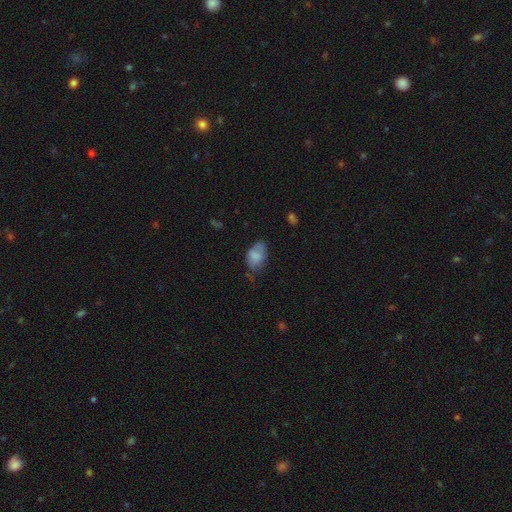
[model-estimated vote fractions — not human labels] The model was most divided on "merging": none: 43%, minor disturbance: 37%, major disturbance: 15%, merger: 4%. More confident: how rounded — in between (88%); smooth or featured — smooth (74%).